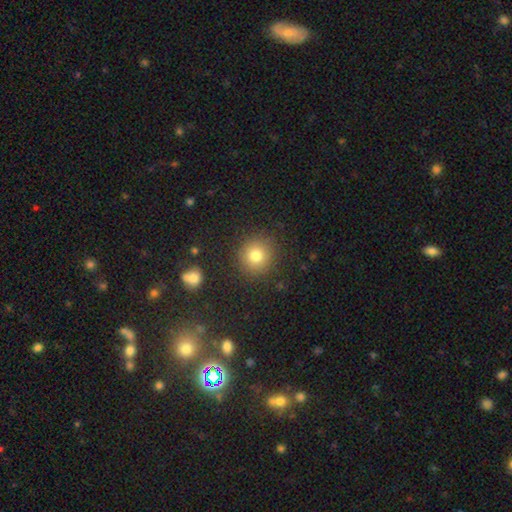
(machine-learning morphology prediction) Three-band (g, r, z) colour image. It shows a smooth galaxy with no disk features (79%) that is round (90%). Merging: none (88%).